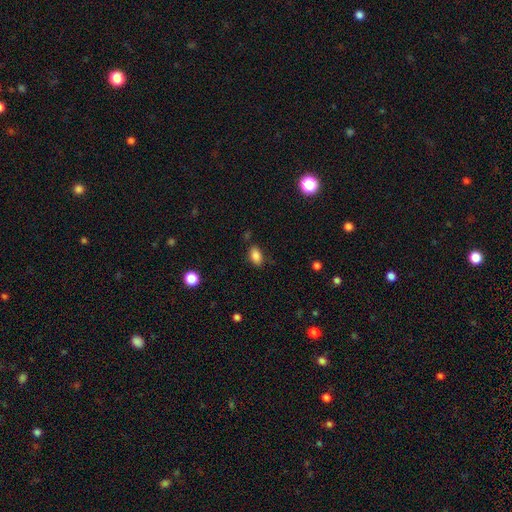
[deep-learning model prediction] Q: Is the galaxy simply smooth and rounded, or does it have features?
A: smooth — 85%.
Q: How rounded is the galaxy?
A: in between — 88%.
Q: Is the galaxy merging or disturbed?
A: none — 79%.